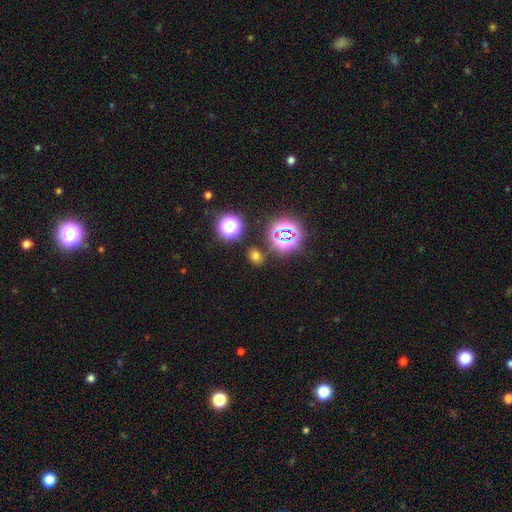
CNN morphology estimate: smooth 61%, star or artifact 31%, featured or disk 7%. Down the decision tree: how rounded — in between (50%); merging — none (83%).